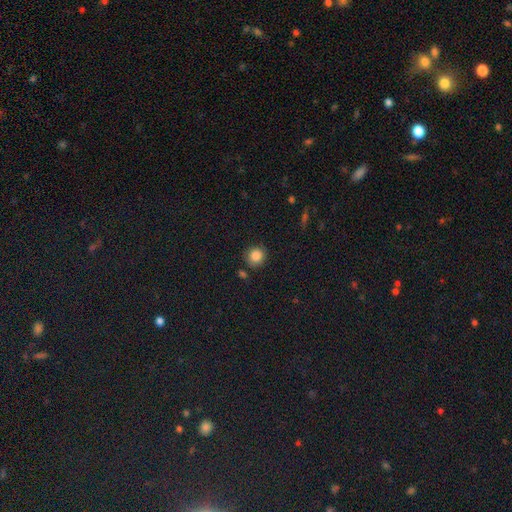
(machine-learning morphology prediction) This is clearly a smooth galaxy (85%). How rounded: clearly round (89%). Merging: clearly none (81%).